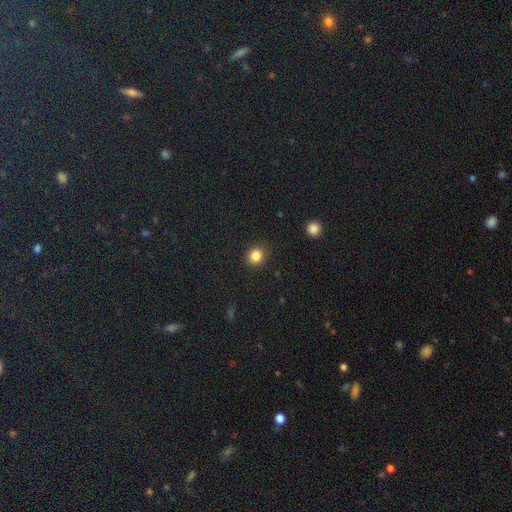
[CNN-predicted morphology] The model was most divided on "how rounded": round: 83%, in between: 16%, cigar-shaped: 1%. More confident: merging — none (89%); smooth or featured — smooth (84%).